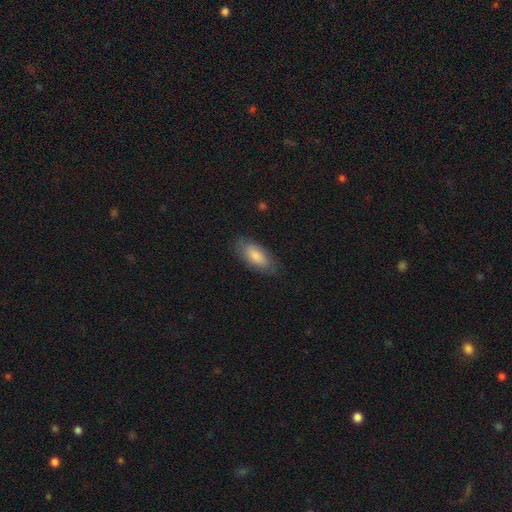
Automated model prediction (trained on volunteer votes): The model was most divided on "merging": none: 80%, minor disturbance: 15%, major disturbance: 4%, merger: 1%. More confident: how rounded — in between (87%); smooth or featured — smooth (82%).